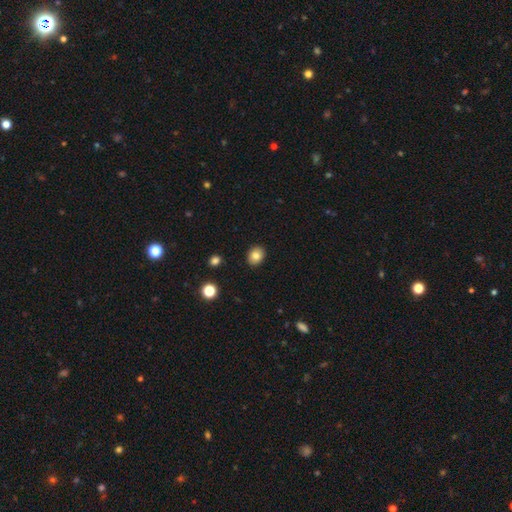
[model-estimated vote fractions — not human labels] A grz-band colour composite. It shows a smooth galaxy with no disk features (83%) that is round (56%). Merging: none (90%).